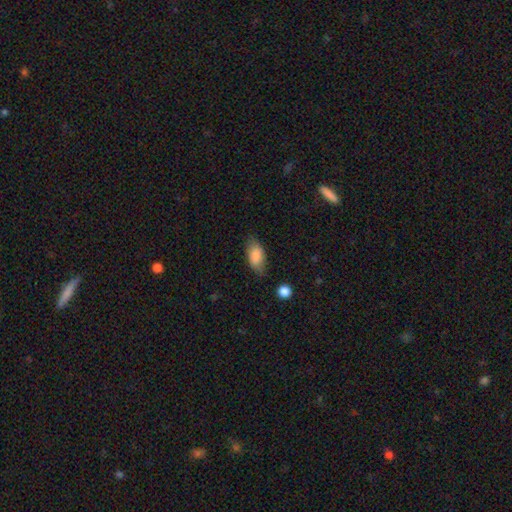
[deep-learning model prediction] This appears to be a smooth galaxy with no disk features (85%) that is in between round and cigar-shaped (89%). Merging: none (72%).